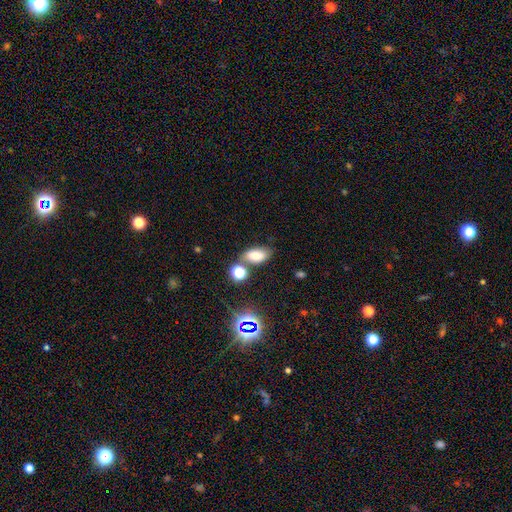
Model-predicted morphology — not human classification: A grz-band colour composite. It shows a smooth galaxy with no disk features (73%) that is in between round and cigar-shaped (87%). Merging: none (61%).